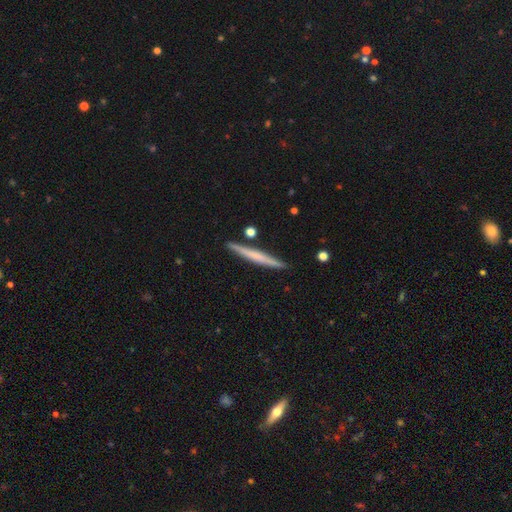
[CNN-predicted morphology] smooth_or_featured: smooth (p=0.50) [alt: featured or disk p=0.45]
merging: none (p=0.89) [alt: minor disturbance p=0.07]